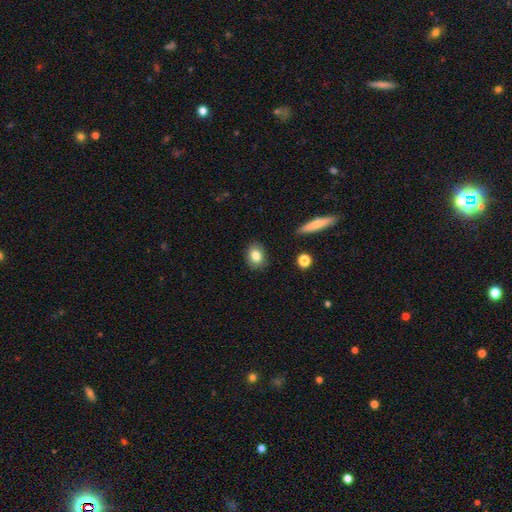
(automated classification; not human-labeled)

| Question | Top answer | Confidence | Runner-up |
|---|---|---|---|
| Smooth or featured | smooth | 82% | featured or disk (9%) |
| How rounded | in between | 64% | round (35%) |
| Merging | none | 85% | minor disturbance (11%) |